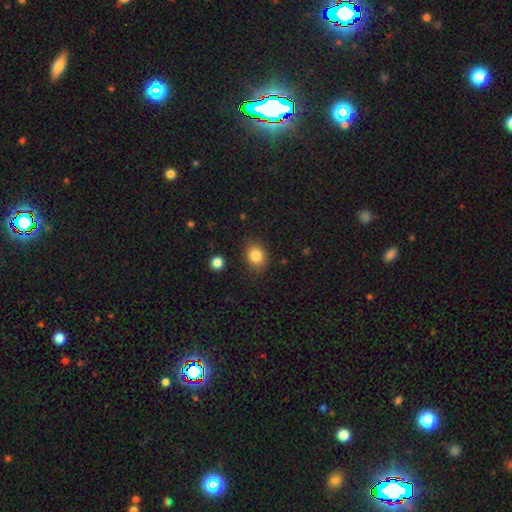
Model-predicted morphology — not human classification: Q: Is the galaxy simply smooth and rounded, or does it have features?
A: smooth — 84%.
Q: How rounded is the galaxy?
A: in between — 55%.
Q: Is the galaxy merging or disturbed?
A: none — 85%.